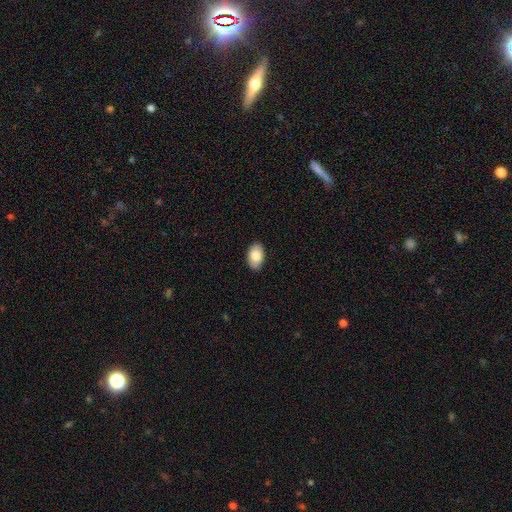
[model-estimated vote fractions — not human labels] A smooth galaxy with no disk features (81%) that is in between round and cigar-shaped (91%). Merging: none (88%).